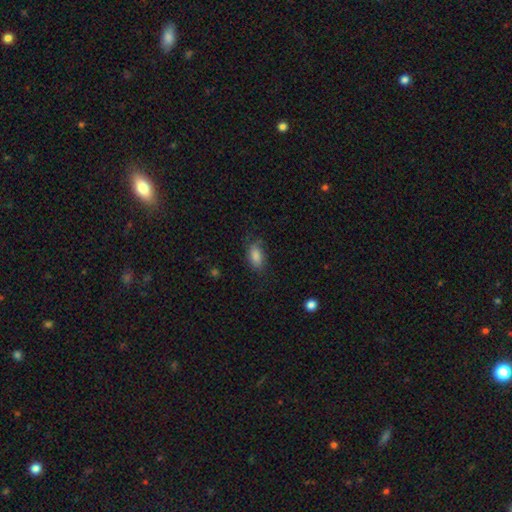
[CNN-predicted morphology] smooth-or-featured: smooth: 83% | featured or disk: 9% | star or artifact: 8%
  how-rounded: in between: 90% | round: 6% | cigar-shaped: 4%
  merging: none: 68% | minor disturbance: 23% | major disturbance: 8% | merger: 1%